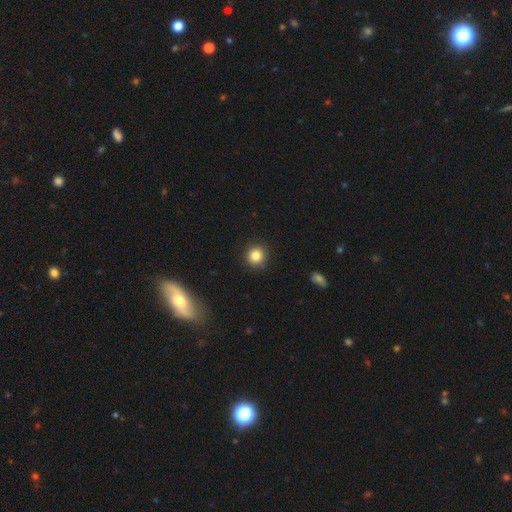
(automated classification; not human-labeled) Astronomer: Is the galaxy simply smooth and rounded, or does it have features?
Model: smooth — 84%.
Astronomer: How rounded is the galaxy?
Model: round — 93%.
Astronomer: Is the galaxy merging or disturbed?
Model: none — 91%.